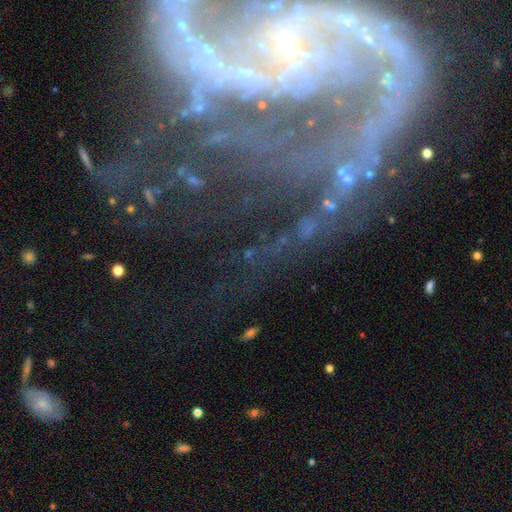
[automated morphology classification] This appears to be a featured or disk galaxy (75%) with no bar (40%), 2 (30%) tight (48%) spiral arms (88%) and a small central bulge (68%). Merging: none (56%).